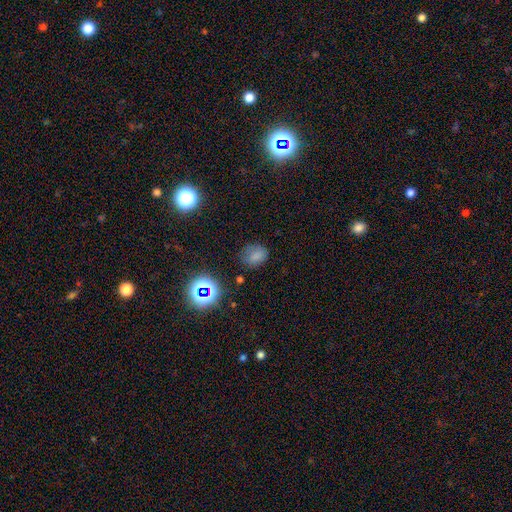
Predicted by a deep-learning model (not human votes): Smooth or featured? Predicted: smooth (p=0.71). How rounded? Predicted: in between (p=0.58). Merging? Predicted: none (p=0.66).